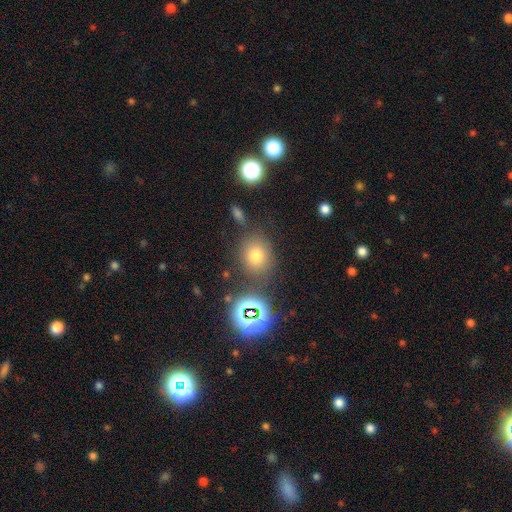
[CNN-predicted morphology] type=smooth (69%); roundness=round (63%); merging=none (77%).